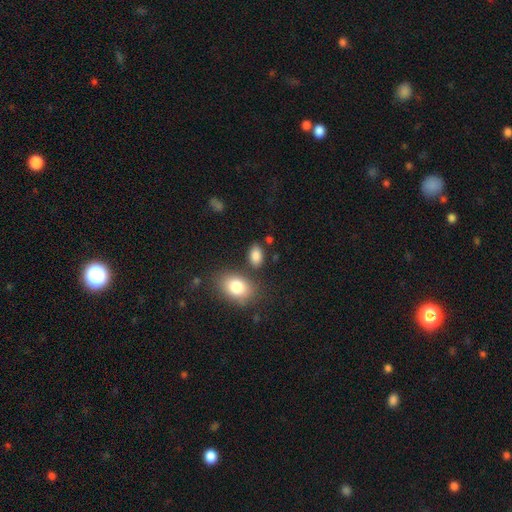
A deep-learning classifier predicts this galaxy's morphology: smooth_or_featured: smooth (p=0.85) [alt: star or artifact p=0.09]
how_rounded: in between (p=0.89) [alt: round p=0.10]
merging: none (p=0.79) [alt: minor disturbance p=0.11]